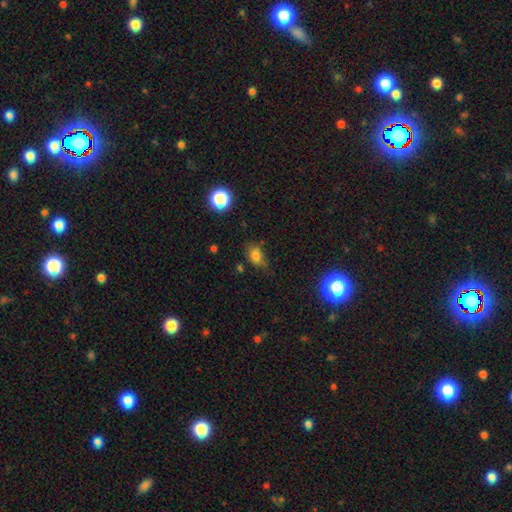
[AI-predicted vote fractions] Smooth or featured?
  - smooth: 75% *
  - star or artifact: 15%
  - featured or disk: 10%
How rounded?
  - in between: 76% *
  - round: 21%
  - cigar-shaped: 3%
Merging?
  - none: 60% *
  - minor disturbance: 29%
  - major disturbance: 8%
  - merger: 3%